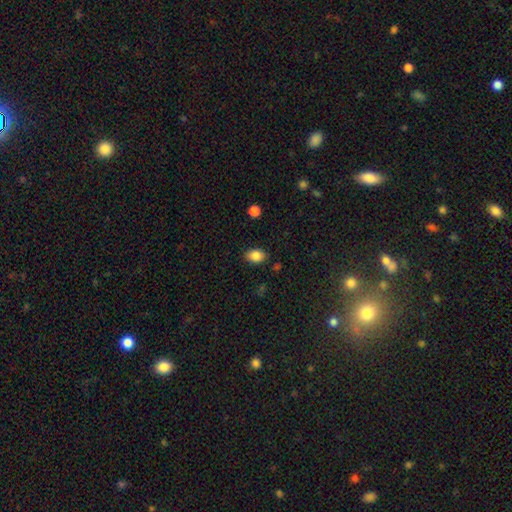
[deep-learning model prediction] Morphology: type=smooth (86%); roundness=in between (77%); merging=none (86%).